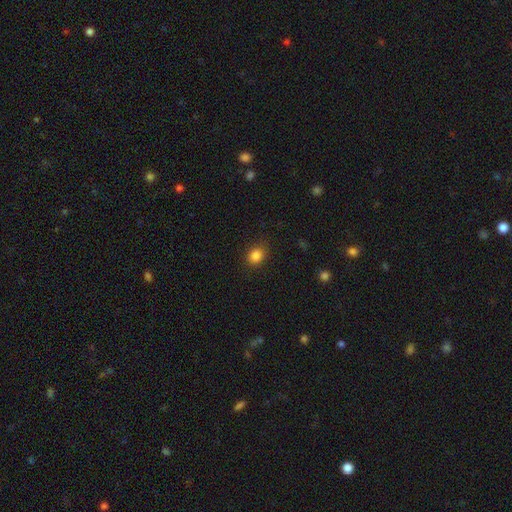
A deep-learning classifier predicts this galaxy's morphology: Overall: smooth (85%). How rounded: round (61%; in between 38%). Merging: none (86%).